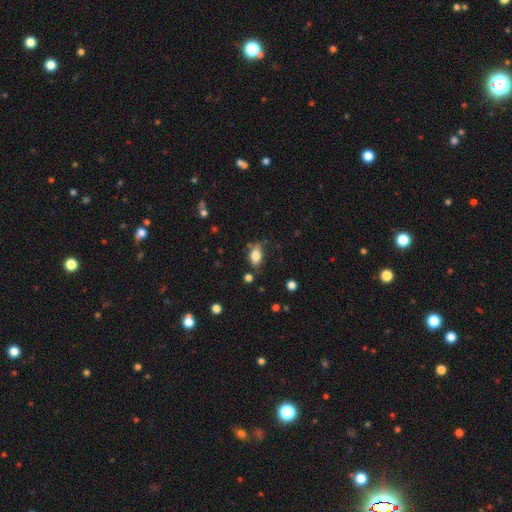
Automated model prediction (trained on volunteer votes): smooth_or_featured: smooth (p=0.79) [alt: featured or disk p=0.12]
how_rounded: in between (p=0.85) [alt: round p=0.10]
merging: none (p=0.68) [alt: minor disturbance p=0.22]